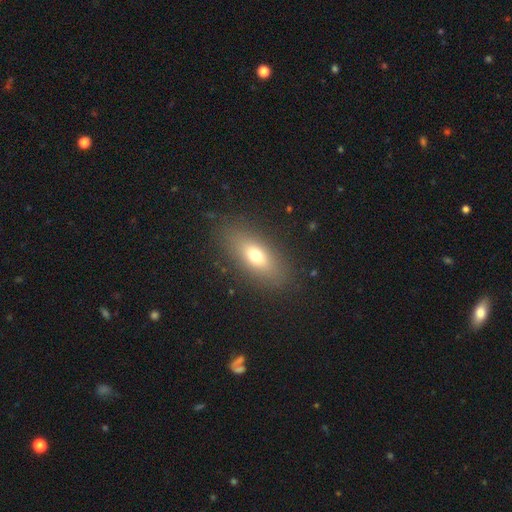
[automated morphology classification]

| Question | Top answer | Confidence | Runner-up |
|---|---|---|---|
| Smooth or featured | smooth | 68% | featured or disk (21%) |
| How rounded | in between | 73% | cigar-shaped (20%) |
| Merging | none | 85% | minor disturbance (10%) |